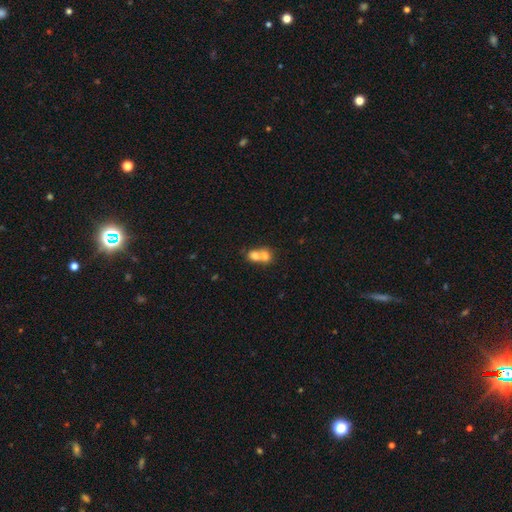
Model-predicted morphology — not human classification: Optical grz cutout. It shows a smooth galaxy with no disk features (71%) that is round (67%). Merging: merger (73%).